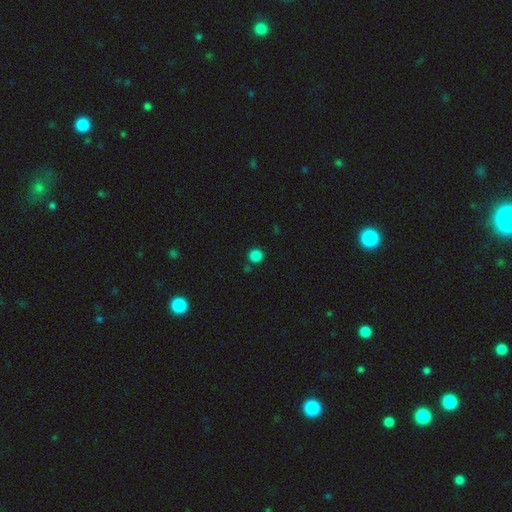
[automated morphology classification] Smooth or featured? Predicted: smooth (p=0.85). How rounded? Predicted: round (p=0.93). Merging? Predicted: none (p=0.86).